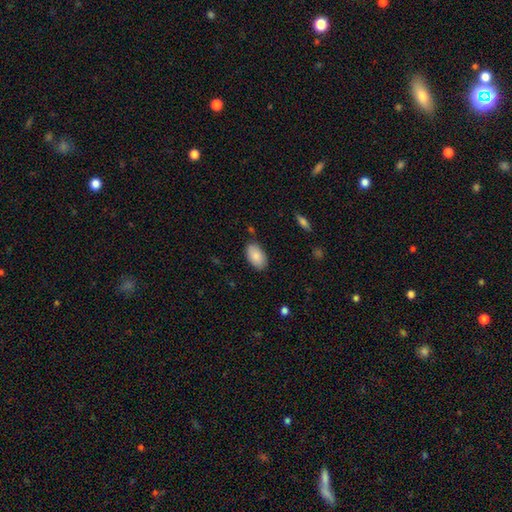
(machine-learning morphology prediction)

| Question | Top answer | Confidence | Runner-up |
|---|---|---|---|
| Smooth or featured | smooth | 86% | featured or disk (8%) |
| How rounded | in between | 94% | round (4%) |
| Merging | none | 83% | minor disturbance (12%) |